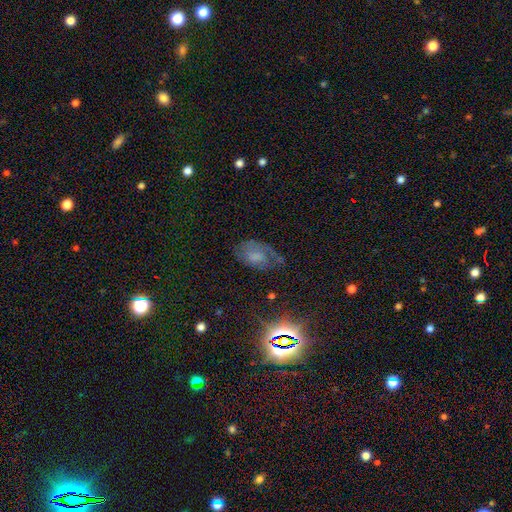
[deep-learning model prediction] featured or disk 42% (tied), smooth 42% (tied), star or artifact 17%. Down the decision tree: merging — none (43%).